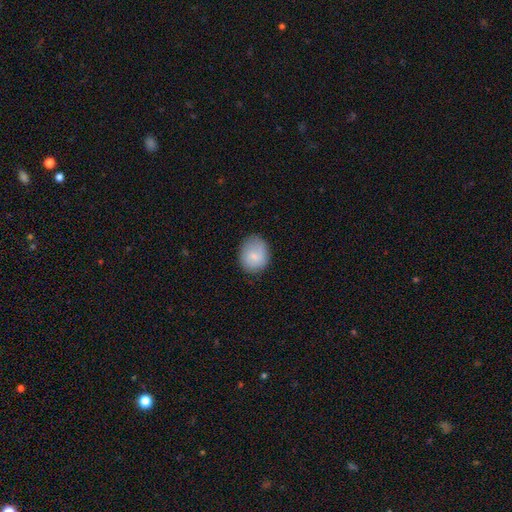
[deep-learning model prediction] Smooth or featured?
  - smooth: 79% *
  - featured or disk: 14%
  - star or artifact: 7%
How rounded?
  - round: 59% *
  - in between: 40%
  - cigar-shaped: 1%
Merging?
  - none: 77% *
  - minor disturbance: 17%
  - major disturbance: 4%
  - merger: 1%